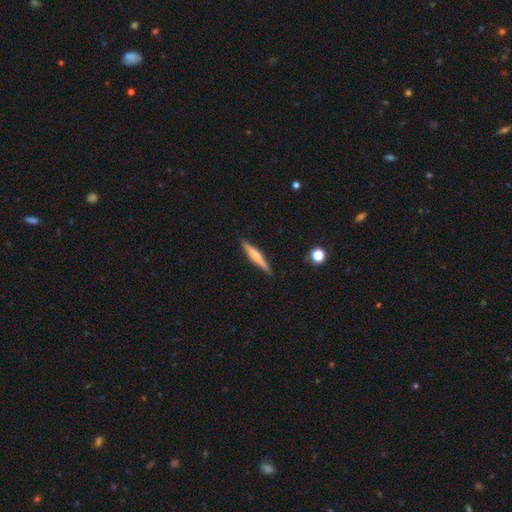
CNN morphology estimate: The model was most divided on "smooth or featured": smooth: 51%, featured or disk: 43%, star or artifact: 6%. More confident: how rounded — cigar-shaped (91%); merging — none (87%).